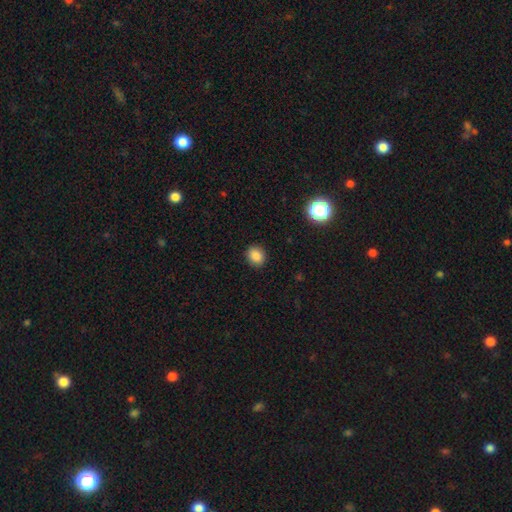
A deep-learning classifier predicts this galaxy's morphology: type=smooth (86%); roundness=round (71%); merging=none (90%).